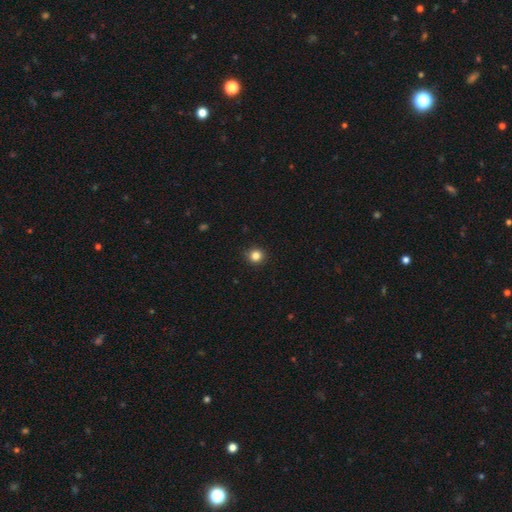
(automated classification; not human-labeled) smooth-or-featured: smooth: 84% | star or artifact: 12% | featured or disk: 4%
  how-rounded: round: 93% | in between: 6% | cigar-shaped: 1%
  merging: none: 91% | minor disturbance: 6% | major disturbance: 2% | merger: 1%